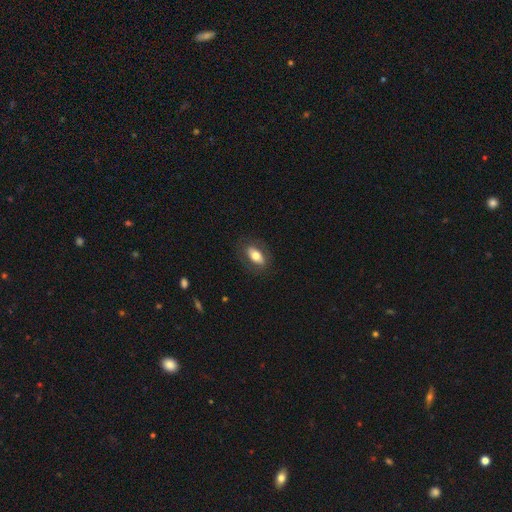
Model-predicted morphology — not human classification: Q: Smooth or featured?
A: smooth (66%); runner-up: featured or disk (27%)
Q: How rounded?
A: in between (88%); runner-up: round (7%)
Q: Merging?
A: none (82%); runner-up: minor disturbance (12%)